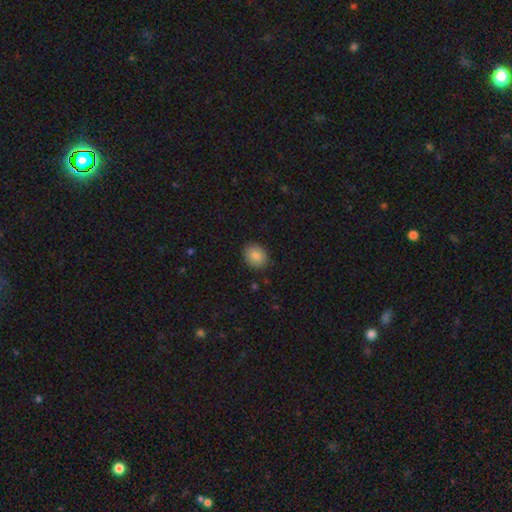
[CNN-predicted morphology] Smooth or featured?
  - smooth: 85% *
  - star or artifact: 8%
  - featured or disk: 7%
How rounded?
  - round: 59% *
  - in between: 40%
  - cigar-shaped: 1%
Merging?
  - none: 89% *
  - minor disturbance: 8%
  - major disturbance: 2%
  - merger: 1%